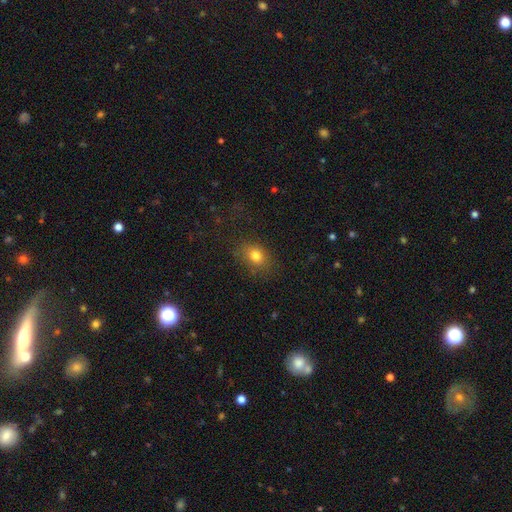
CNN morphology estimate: smooth_or_featured: smooth (p=0.79) [alt: star or artifact p=0.12]
how_rounded: in between (p=0.57) [alt: round p=0.42]
merging: none (p=0.79) [alt: minor disturbance p=0.14]